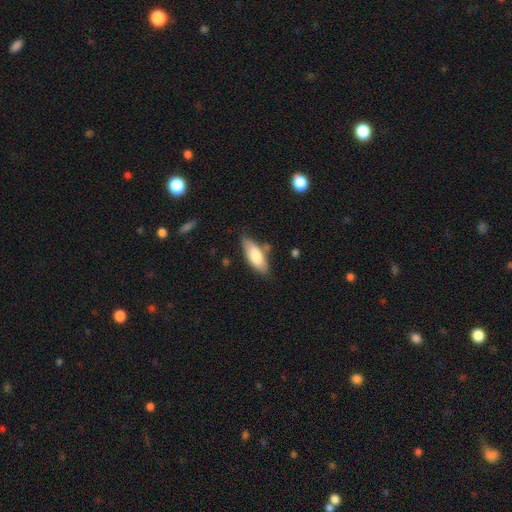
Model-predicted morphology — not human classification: Smooth or featured?
  - smooth: 77% *
  - featured or disk: 17%
  - star or artifact: 6%
How rounded?
  - in between: 72% *
  - cigar-shaped: 27%
  - round: 2%
Merging?
  - none: 71% *
  - minor disturbance: 20%
  - merger: 5%
  - major disturbance: 4%